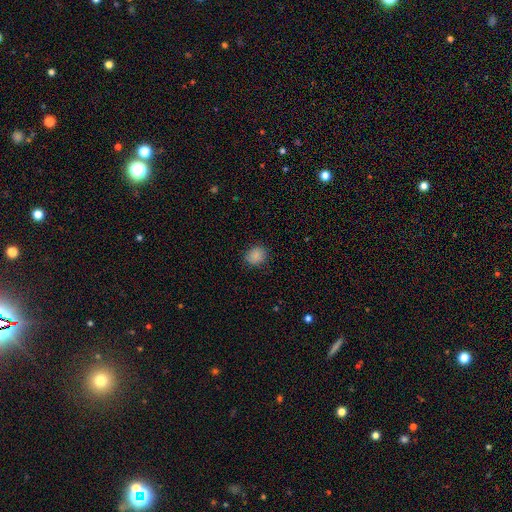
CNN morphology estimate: Smooth or featured?
  - smooth: 86% *
  - star or artifact: 10%
  - featured or disk: 4%
How rounded?
  - round: 62% *
  - in between: 37%
  - cigar-shaped: 1%
Merging?
  - none: 83% *
  - minor disturbance: 13%
  - major disturbance: 3%
  - merger: 1%